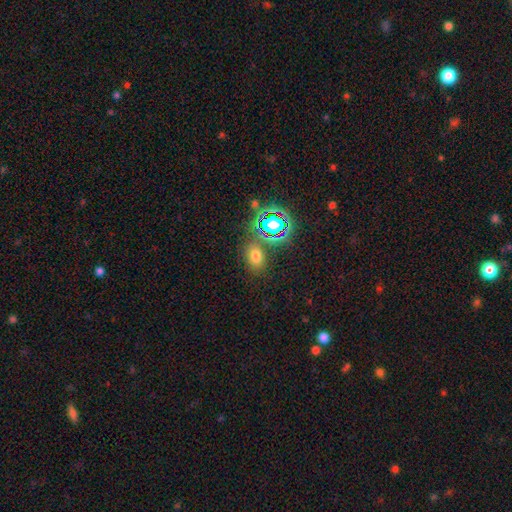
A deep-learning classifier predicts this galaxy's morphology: Overall: smooth (62%; star or artifact 29%). How rounded: in between (70%). Merging: none (77%).